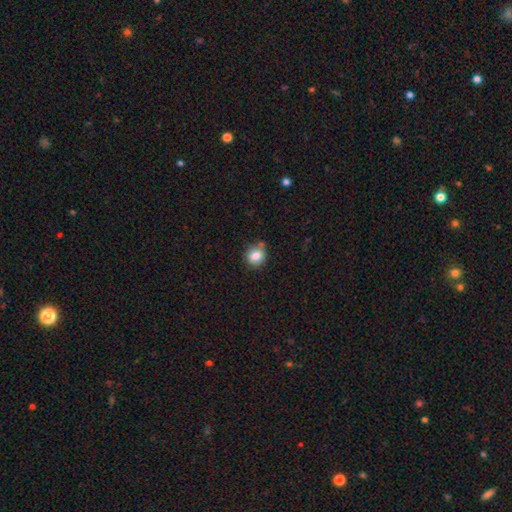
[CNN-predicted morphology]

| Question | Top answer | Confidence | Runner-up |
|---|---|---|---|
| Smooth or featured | smooth | 82% | star or artifact (10%) |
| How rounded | round | 79% | in between (20%) |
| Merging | none | 73% | minor disturbance (17%) |